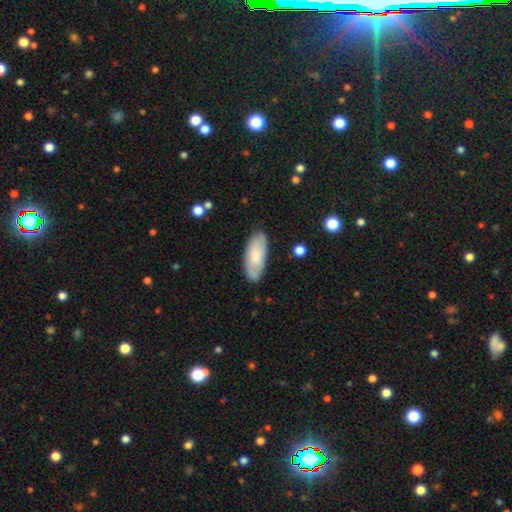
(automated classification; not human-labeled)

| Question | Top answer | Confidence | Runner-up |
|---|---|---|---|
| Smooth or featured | smooth | 75% | featured or disk (19%) |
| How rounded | in between | 83% | cigar-shaped (15%) |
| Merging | none | 81% | minor disturbance (15%) |